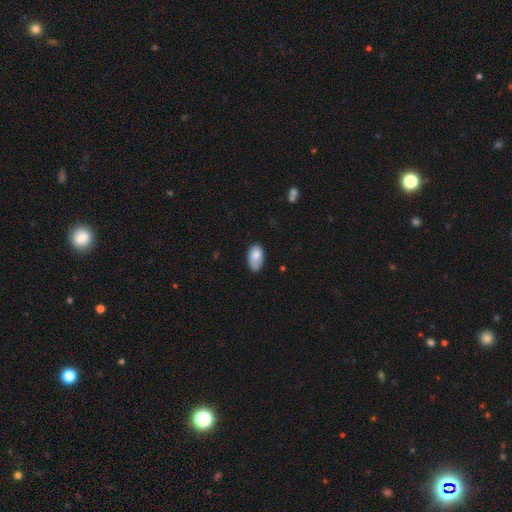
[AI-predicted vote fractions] Q: Smooth or featured?
A: smooth (82%); runner-up: featured or disk (11%)
Q: How rounded?
A: in between (93%); runner-up: round (5%)
Q: Merging?
A: none (53%); runner-up: minor disturbance (35%)